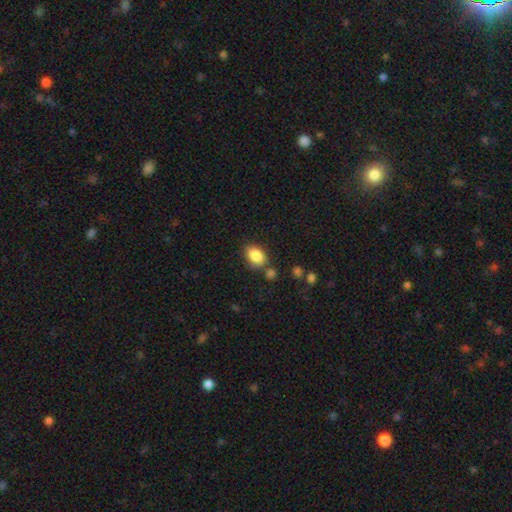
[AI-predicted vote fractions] smooth-or-featured: smooth: 86% | star or artifact: 8% | featured or disk: 6%
  how-rounded: in between: 80% | round: 19% | cigar-shaped: 1%
  merging: none: 73% | minor disturbance: 15% | merger: 9% | major disturbance: 4%